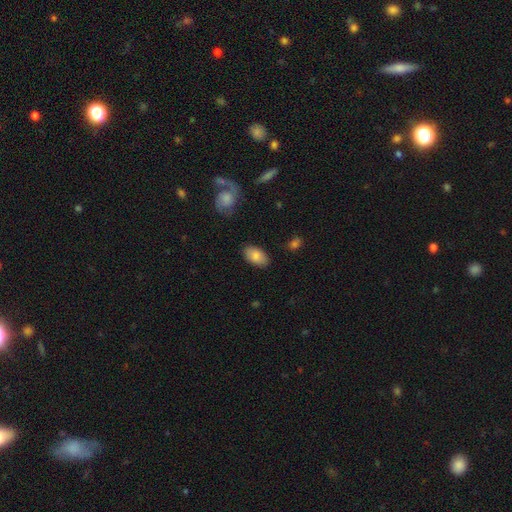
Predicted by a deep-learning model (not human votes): smooth 83%, featured or disk 10%, star or artifact 7%. Down the decision tree: how rounded — in between (94%); merging — none (85%).